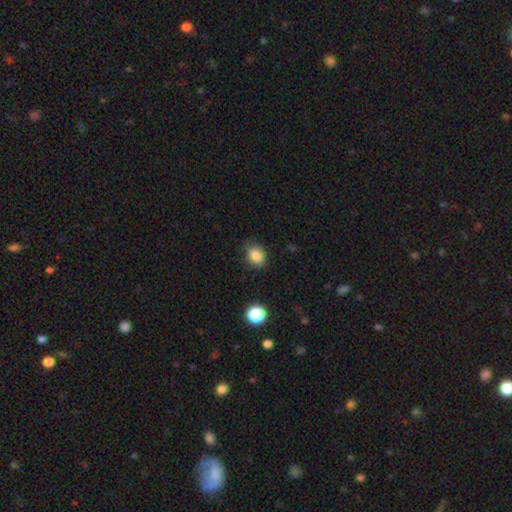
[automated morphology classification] Smooth or featured?
  - smooth: 85% *
  - star or artifact: 10%
  - featured or disk: 5%
How rounded?
  - in between: 55% *
  - round: 44%
  - cigar-shaped: 1%
Merging?
  - none: 78% *
  - minor disturbance: 17%
  - major disturbance: 4%
  - merger: 2%